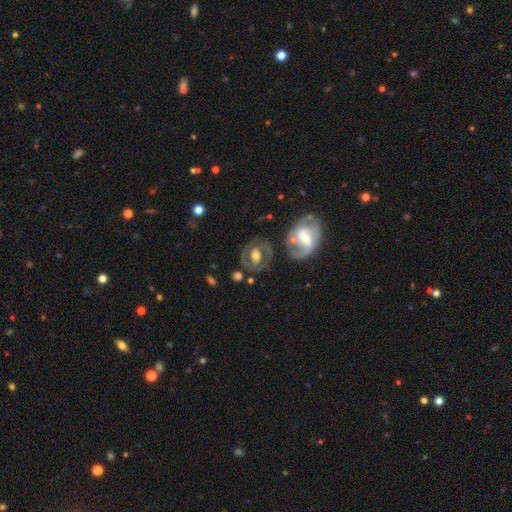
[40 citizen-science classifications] Volunteers were most divided on "spiral arms": yes: 52%, no: 48%. Remaining: edge-on disk — no (92%); bulge size — moderate (74%); spiral arm count — 2 (67%); merging — none (65%); smooth or featured — featured or disk (62%); bar — no (52%); spiral winding — loose (42%).